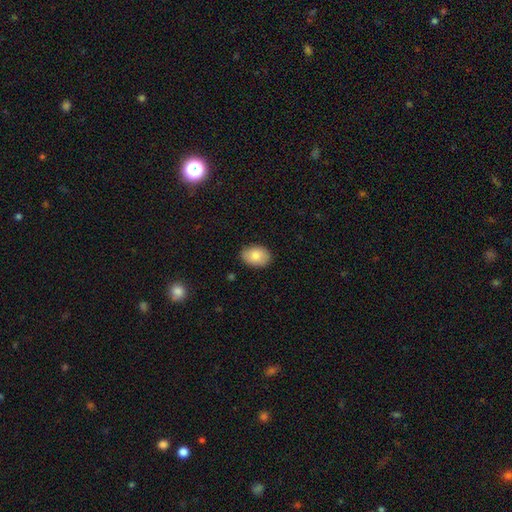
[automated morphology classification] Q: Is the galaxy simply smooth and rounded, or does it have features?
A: smooth — 84%.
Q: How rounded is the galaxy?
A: in between — 81%.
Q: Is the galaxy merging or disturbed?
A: none — 87%.